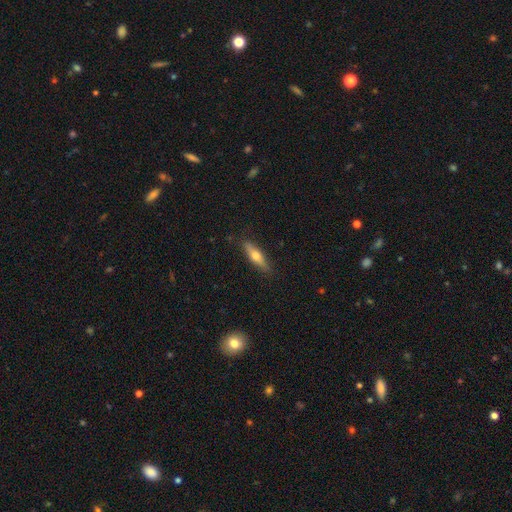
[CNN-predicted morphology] Smooth or featured? Predicted: smooth (p=0.51). How rounded? Predicted: cigar-shaped (p=0.73). Merging? Predicted: none (p=0.87).